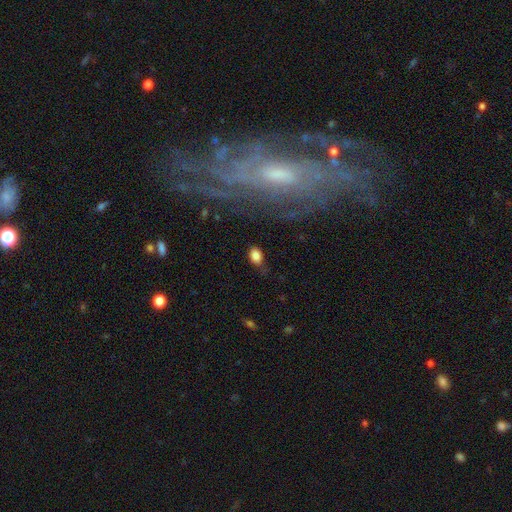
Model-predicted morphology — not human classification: A smooth galaxy with no disk features (82%) that is in between round and cigar-shaped (83%). Merging: none (68%).